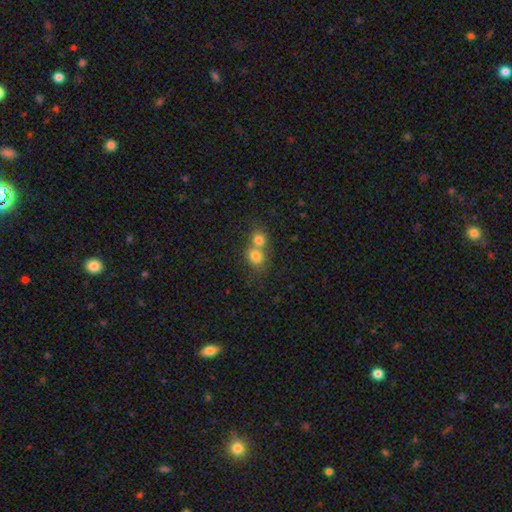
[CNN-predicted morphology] smooth_or_featured: smooth (p=0.78) [alt: star or artifact p=0.12]
how_rounded: round (p=0.75) [alt: in between p=0.24]
merging: merger (p=0.60) [alt: none p=0.33]